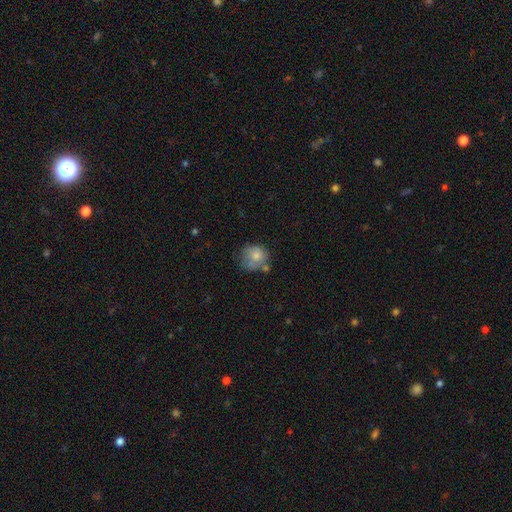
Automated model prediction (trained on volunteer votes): Smooth or featured? Predicted: smooth (p=0.72). How rounded? Predicted: round (p=0.75). Merging? Predicted: none (p=0.45).